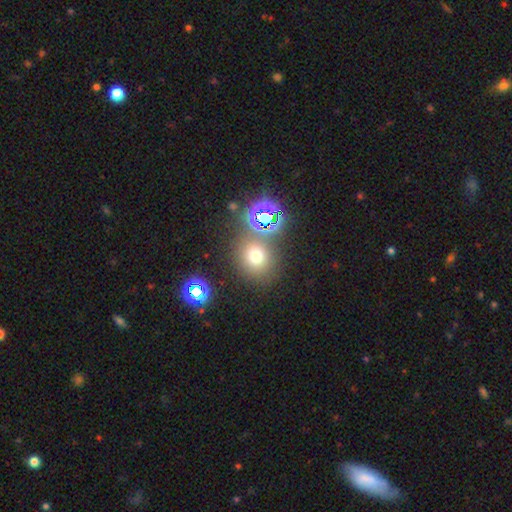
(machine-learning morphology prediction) Smooth or featured? Predicted: smooth (p=0.62). How rounded? Predicted: round (p=0.84). Merging? Predicted: none (p=0.76).